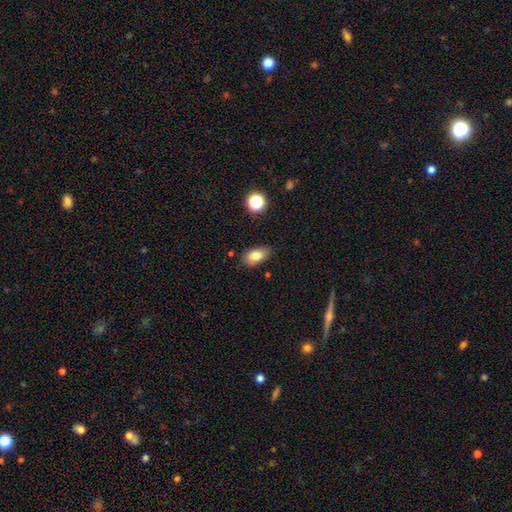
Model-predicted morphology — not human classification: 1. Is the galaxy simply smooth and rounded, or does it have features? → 81% smooth, 10% featured or disk, 9% star or artifact.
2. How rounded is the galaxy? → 89% in between, 8% round, 3% cigar-shaped.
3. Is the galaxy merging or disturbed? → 80% none, 15% minor disturbance, 3% major disturbance, 2% merger.